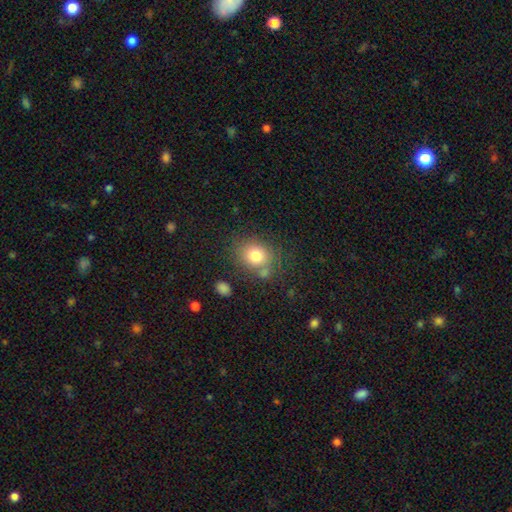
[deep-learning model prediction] smooth-or-featured: smooth: 78% | star or artifact: 11% | featured or disk: 11%
  how-rounded: round: 66% | in between: 33% | cigar-shaped: 1%
  merging: none: 68% | minor disturbance: 15% | merger: 11% | major disturbance: 6%